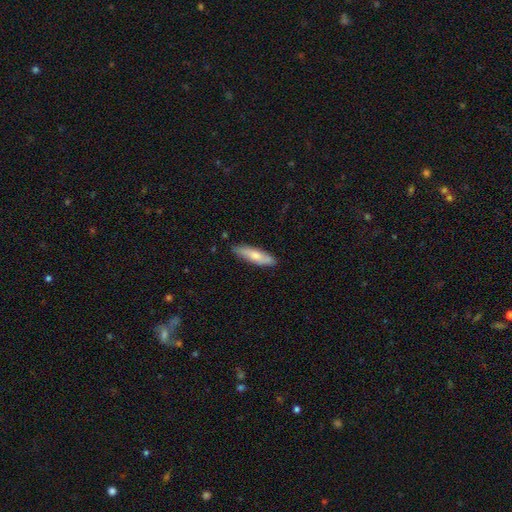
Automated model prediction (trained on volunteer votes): Smooth or featured? Predicted: smooth (p=0.68). How rounded? Predicted: cigar-shaped (p=0.73). Merging? Predicted: none (p=0.80).